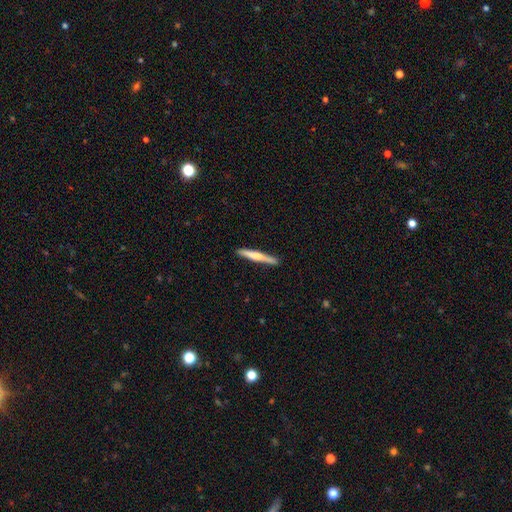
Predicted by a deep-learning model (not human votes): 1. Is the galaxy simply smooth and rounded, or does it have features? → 51% smooth, 44% featured or disk, 5% star or artifact.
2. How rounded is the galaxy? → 96% cigar-shaped, 3% in between, 1% round.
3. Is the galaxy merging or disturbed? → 89% none, 8% minor disturbance, 2% major disturbance, 1% merger.